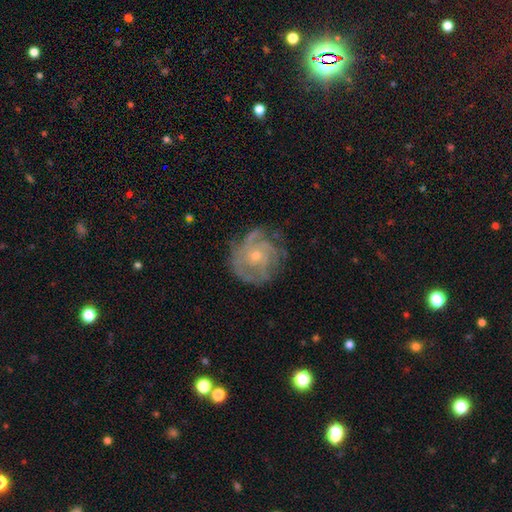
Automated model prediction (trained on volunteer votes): Morphology: type=featured or disk (78%); edge-on=no (98%); bar=no (80%); spiral arms=yes (86%); winding=tight (59%); arm count=can't tell (37%); bulge=small (62%); merging=none (66%).